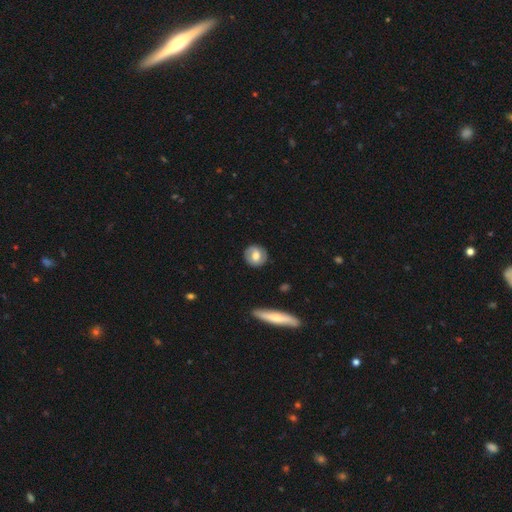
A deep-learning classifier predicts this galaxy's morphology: smooth 53%, featured or disk 40%, star or artifact 6%. Down the decision tree: how rounded — round (80%); merging — none (86%).